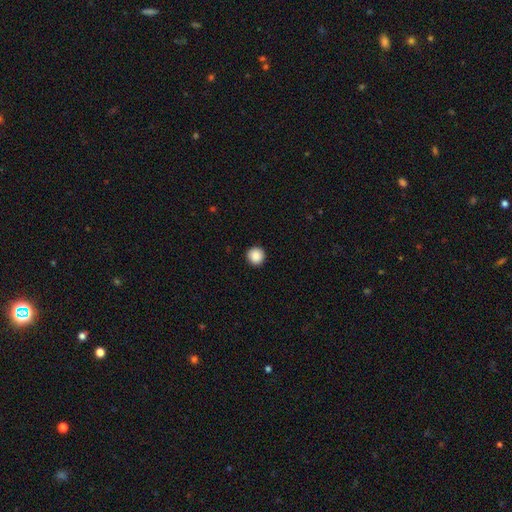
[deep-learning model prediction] Overall: smooth (89%). How rounded: round (96%). Merging: none (93%).